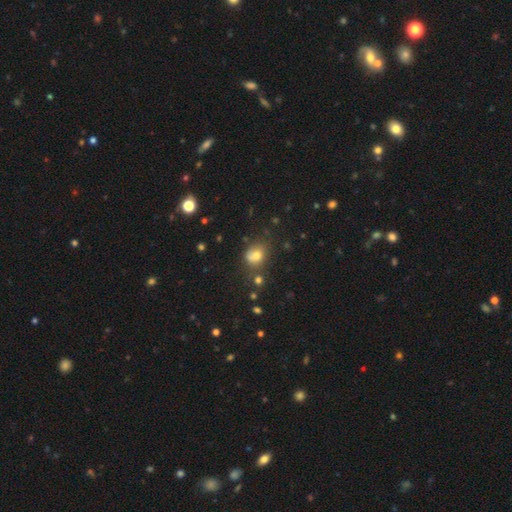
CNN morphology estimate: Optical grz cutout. It shows a smooth galaxy with no disk features (71%) that is round (54%). Merging: none (51%).